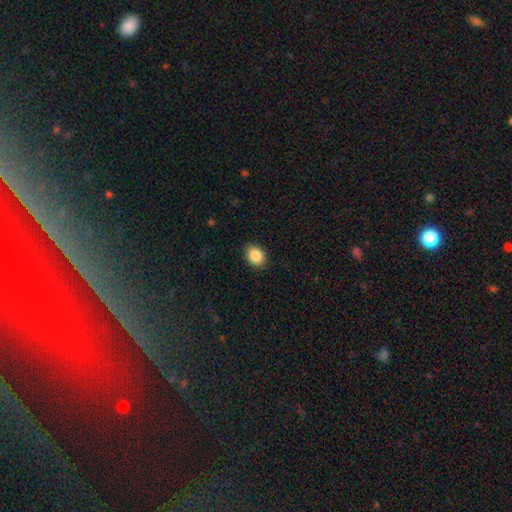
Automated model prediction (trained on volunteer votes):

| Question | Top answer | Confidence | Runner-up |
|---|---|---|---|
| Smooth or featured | smooth | 87% | star or artifact (9%) |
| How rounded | round | 54% | in between (46%) |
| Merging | none | 88% | minor disturbance (9%) |